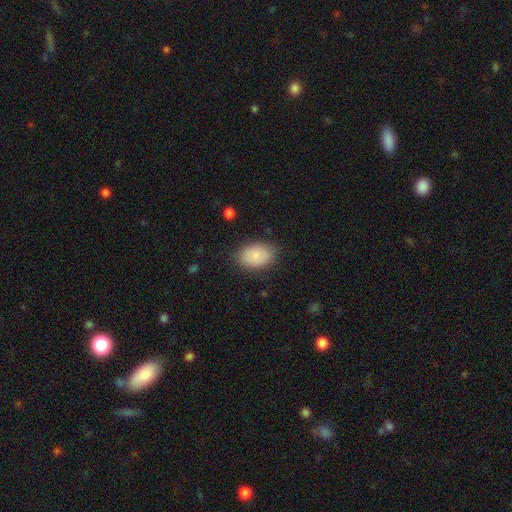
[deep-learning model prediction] Smooth or featured?
  - smooth: 86% *
  - featured or disk: 8%
  - star or artifact: 7%
How rounded?
  - in between: 84% *
  - round: 15%
  - cigar-shaped: 1%
Merging?
  - none: 82% *
  - minor disturbance: 13%
  - major disturbance: 4%
  - merger: 1%